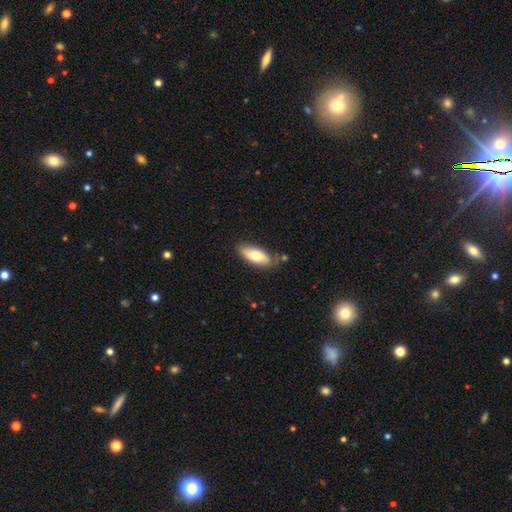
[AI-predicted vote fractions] Smooth or featured?
  - smooth: 69% *
  - featured or disk: 25%
  - star or artifact: 6%
How rounded?
  - in between: 83% *
  - cigar-shaped: 15%
  - round: 2%
Merging?
  - none: 71% *
  - minor disturbance: 20%
  - merger: 5%
  - major disturbance: 4%